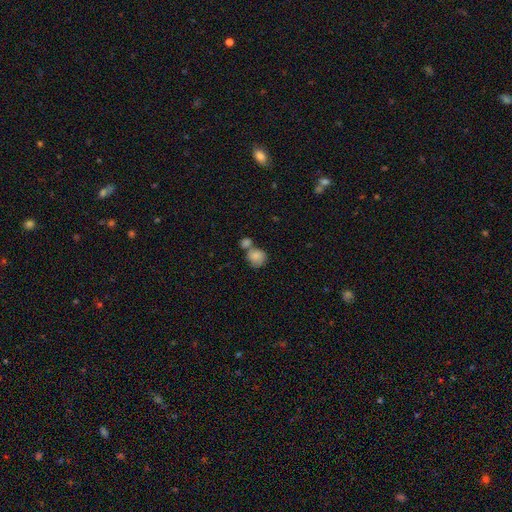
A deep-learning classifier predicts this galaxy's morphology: type=smooth (79%); roundness=round (76%); merging=merger (47%).